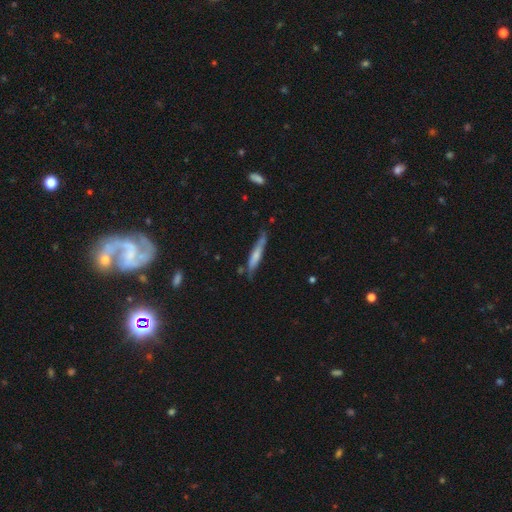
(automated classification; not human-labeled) Q: Smooth or featured?
A: smooth (58%); runner-up: featured or disk (36%)
Q: How rounded?
A: cigar-shaped (90%); runner-up: in between (8%)
Q: Merging?
A: none (65%); runner-up: minor disturbance (25%)